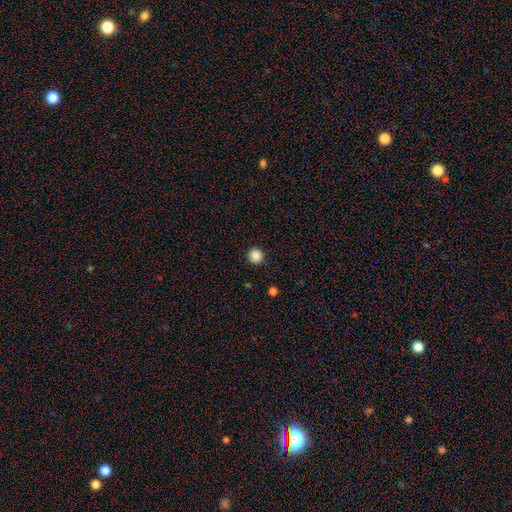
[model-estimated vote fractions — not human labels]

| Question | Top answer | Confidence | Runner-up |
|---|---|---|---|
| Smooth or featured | smooth | 87% | star or artifact (11%) |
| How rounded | round | 95% | in between (4%) |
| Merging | none | 92% | minor disturbance (5%) |